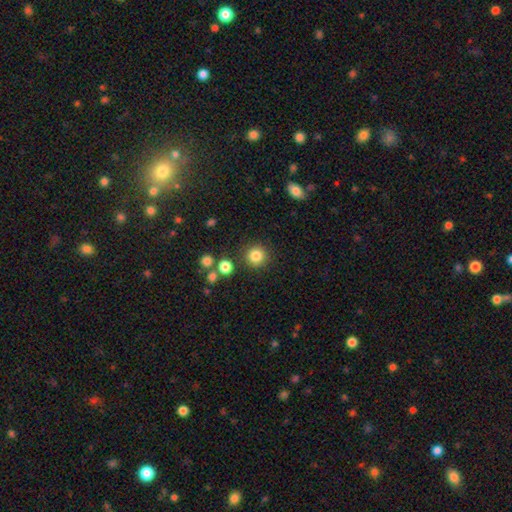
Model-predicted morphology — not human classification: The model was most divided on "smooth or featured": smooth: 83%, star or artifact: 12%, featured or disk: 5%. More confident: how rounded — round (94%); merging — none (87%).